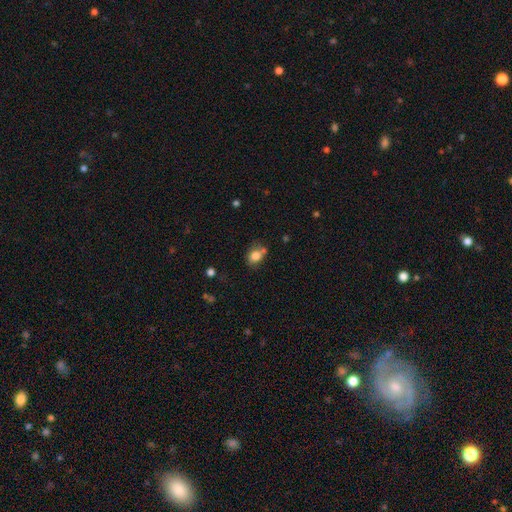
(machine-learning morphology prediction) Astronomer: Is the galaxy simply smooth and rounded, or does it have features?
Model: smooth — 80%.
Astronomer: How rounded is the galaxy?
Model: in between — 58% (runner-up: round, 41%).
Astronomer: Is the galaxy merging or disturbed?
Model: none — 52%.